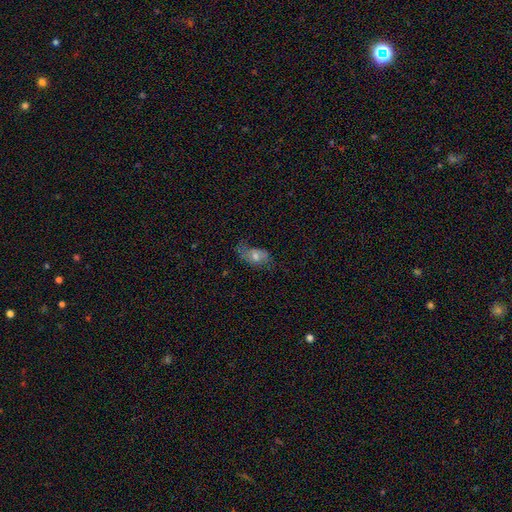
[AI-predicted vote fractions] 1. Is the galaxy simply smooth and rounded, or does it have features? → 46% smooth, 42% featured or disk, 12% star or artifact.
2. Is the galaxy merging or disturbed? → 48% none, 28% minor disturbance, 21% major disturbance, 2% merger.